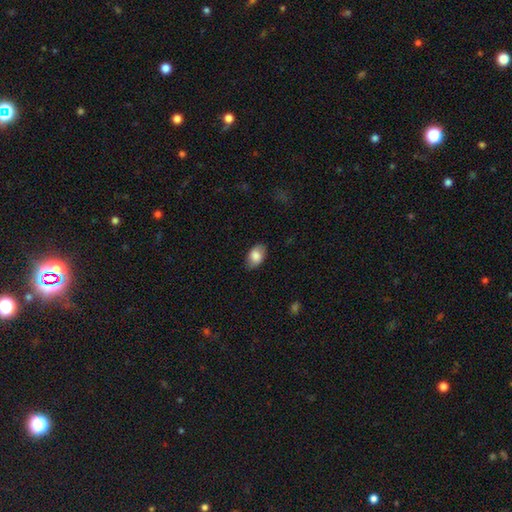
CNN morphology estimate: This appears to be a smooth galaxy with no disk features (82%) that is in between round and cigar-shaped (89%). Merging: none (82%).